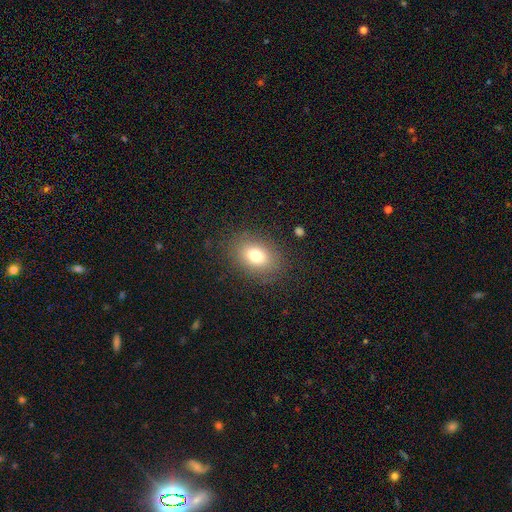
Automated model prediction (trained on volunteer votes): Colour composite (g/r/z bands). It shows a smooth galaxy with no disk features (77%) that is in between round and cigar-shaped (71%). Merging: none (85%).